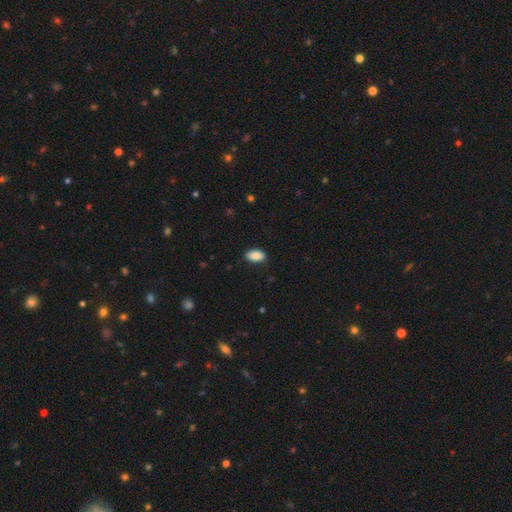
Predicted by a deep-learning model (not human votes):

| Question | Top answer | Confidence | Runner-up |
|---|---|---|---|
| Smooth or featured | smooth | 90% | star or artifact (7%) |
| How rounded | in between | 93% | round (4%) |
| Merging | none | 85% | minor disturbance (12%) |